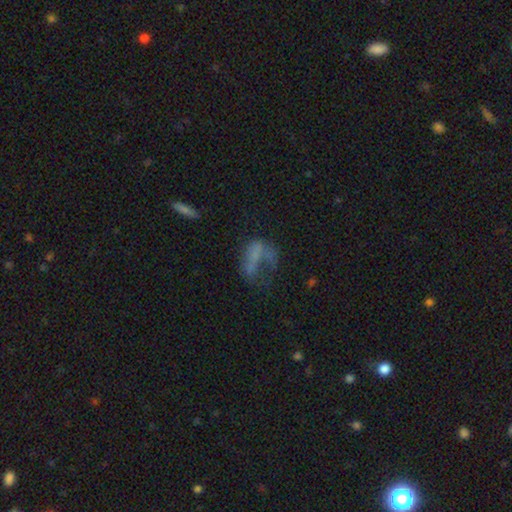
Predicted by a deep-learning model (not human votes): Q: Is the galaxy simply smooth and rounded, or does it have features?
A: smooth — 44%.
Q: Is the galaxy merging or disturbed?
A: major disturbance — 47%.